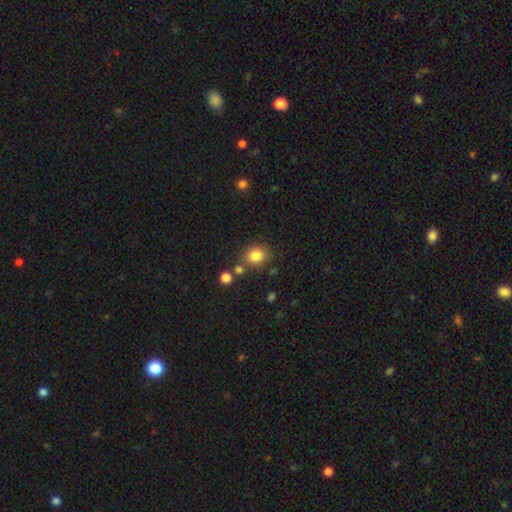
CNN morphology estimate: type=smooth (82%); roundness=round (67%); merging=none (75%).